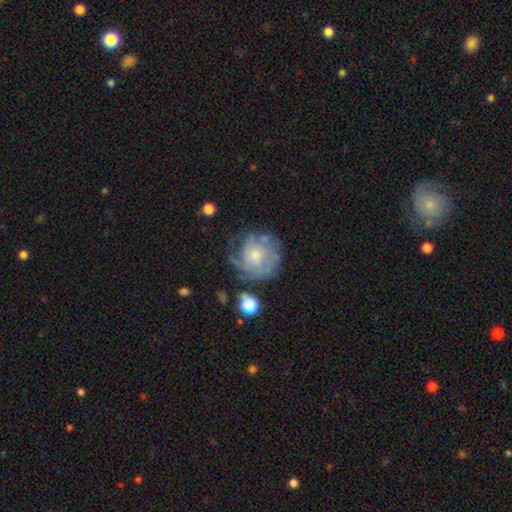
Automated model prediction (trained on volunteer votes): Smooth or featured?
  - featured or disk: 61% *
  - smooth: 29%
  - star or artifact: 9%
Edge-on disk?
  - no: 98% *
  - yes: 2%
Bar?
  - no: 79% *
  - weak: 18%
  - strong: 3%
Spiral arms?
  - yes: 69% *
  - no: 31%
Bulge size?
  - small: 51% *
  - moderate: 34%
  - none: 9%
  - large: 4%
  - dominant: 1%
Merging?
  - none: 53% *
  - minor disturbance: 23%
  - major disturbance: 20%
  - merger: 4%